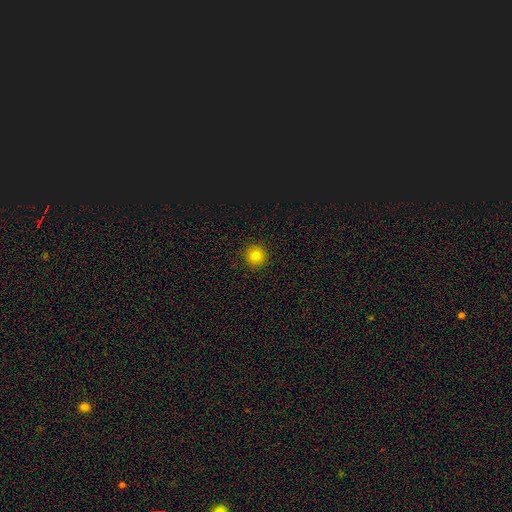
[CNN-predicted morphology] This appears to be a smooth galaxy with no disk features (80%) that is round (94%). Merging: none (92%).